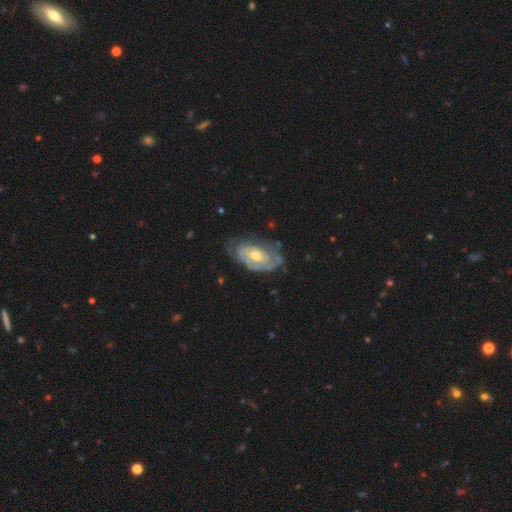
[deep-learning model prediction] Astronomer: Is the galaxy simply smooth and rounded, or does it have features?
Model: featured or disk — 80%.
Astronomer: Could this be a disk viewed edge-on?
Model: no — 94%.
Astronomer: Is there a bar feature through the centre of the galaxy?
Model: no — 69%.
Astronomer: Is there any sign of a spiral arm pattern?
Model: yes — 83%.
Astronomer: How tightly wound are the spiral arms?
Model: tight — 69%.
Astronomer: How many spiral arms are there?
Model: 2 — 36% (runner-up: can't tell, 34%).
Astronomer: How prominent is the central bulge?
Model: moderate — 60%.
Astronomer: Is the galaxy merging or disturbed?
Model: none — 64%.